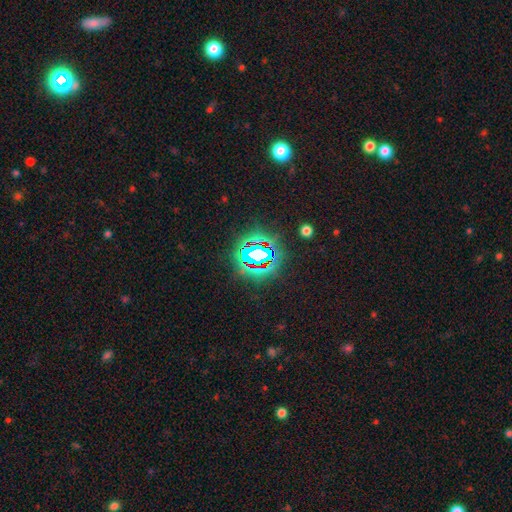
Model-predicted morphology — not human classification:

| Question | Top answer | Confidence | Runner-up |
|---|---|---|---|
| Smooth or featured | star or artifact | 72% | smooth (15%) |